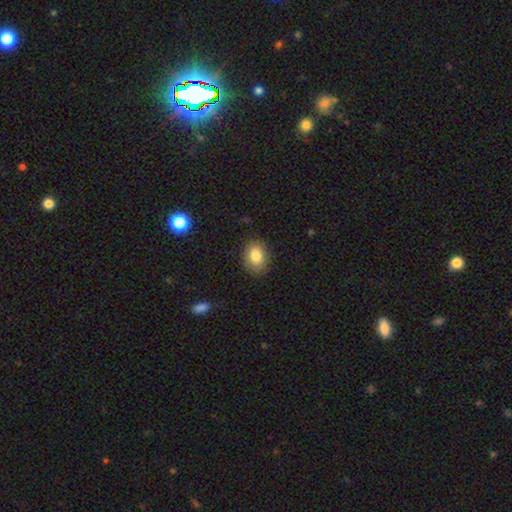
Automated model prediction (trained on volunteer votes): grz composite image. It shows a smooth galaxy with no disk features (82%) that is in between round and cigar-shaped (65%). Merging: none (85%).